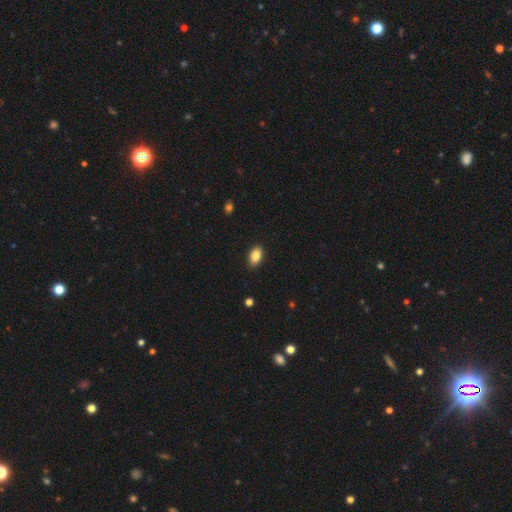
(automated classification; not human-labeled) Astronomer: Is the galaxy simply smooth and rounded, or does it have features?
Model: smooth — 88%.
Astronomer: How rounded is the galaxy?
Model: in between — 92%.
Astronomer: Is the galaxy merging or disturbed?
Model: none — 88%.